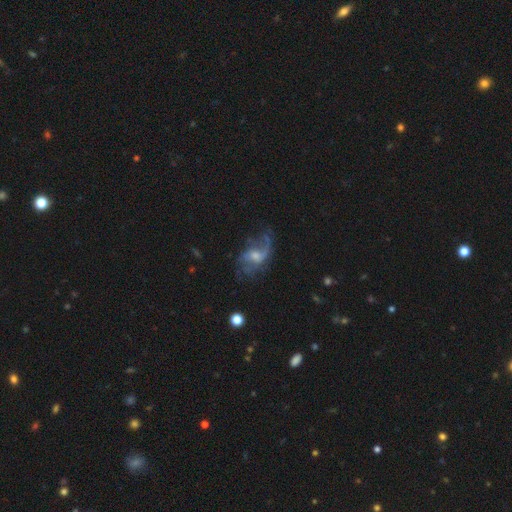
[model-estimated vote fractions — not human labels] featured or disk 77%, smooth 14%, star or artifact 9%. Down the decision tree: edge-on disk — no (96%); bar — no (47%); spiral arms — yes (88%); spiral arm count — 2 (51%); spiral winding — loose (71%); bulge size — moderate (46%); merging — none (50%).